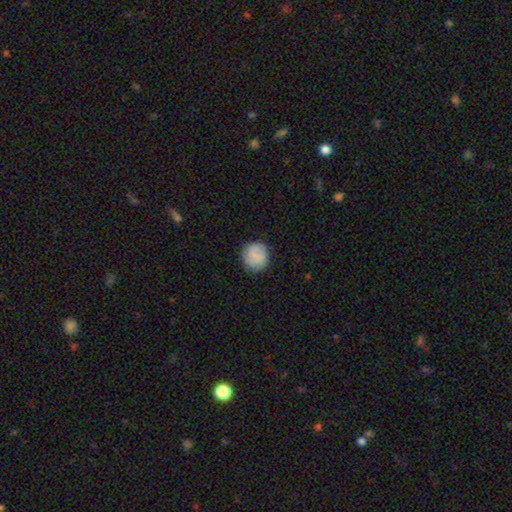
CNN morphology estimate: smooth 78%, featured or disk 15%, star or artifact 7%. Down the decision tree: how rounded — round (90%); merging — none (85%).